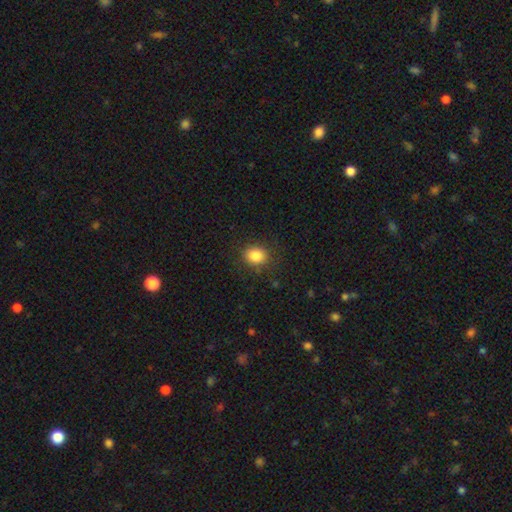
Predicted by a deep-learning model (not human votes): A smooth galaxy with no disk features (85%) that is round (61%).

Vote fractions:
- Smooth or featured? smooth: 85% / star or artifact: 10% / featured or disk: 5%
- How rounded? round: 61% / in between: 38% / cigar-shaped: 1%
- Merging? none: 86% / minor disturbance: 10% / major disturbance: 3% / merger: 1%